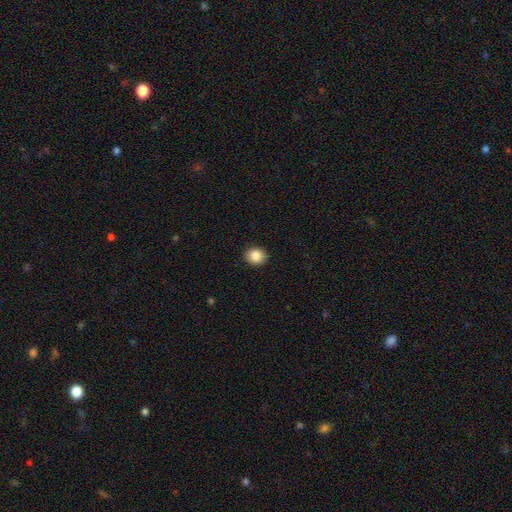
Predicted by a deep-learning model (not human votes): Morphology: type=smooth (86%); roundness=round (65%); merging=none (91%).